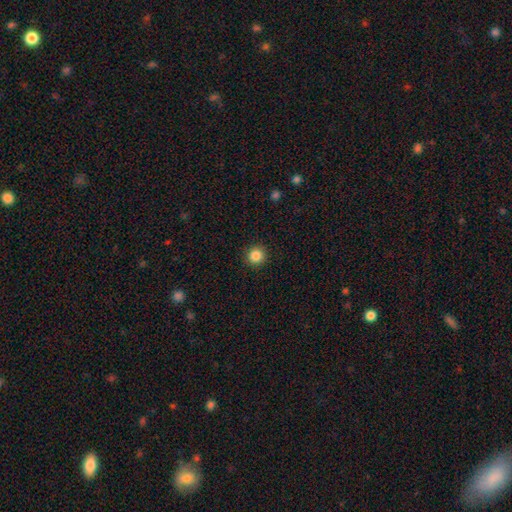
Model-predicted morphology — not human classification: smooth 86%, star or artifact 11%, featured or disk 3%. Down the decision tree: how rounded — round (94%); merging — none (92%).